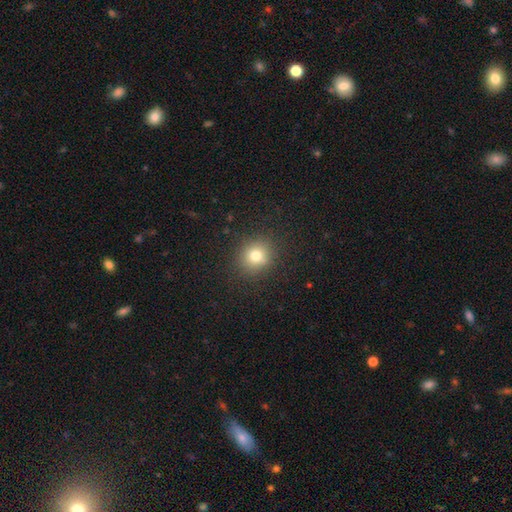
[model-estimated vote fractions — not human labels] Smooth or featured? smooth (76%)
How rounded? round (86%)
Merging? none (88%)